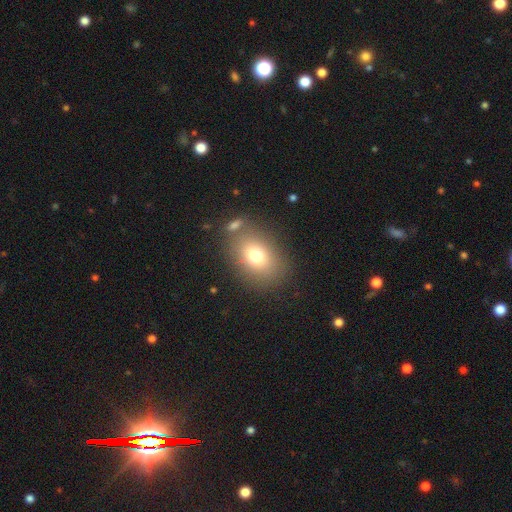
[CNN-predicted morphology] Smooth or featured? Predicted: smooth (p=0.76). How rounded? Predicted: in between (p=0.72). Merging? Predicted: none (p=0.73).